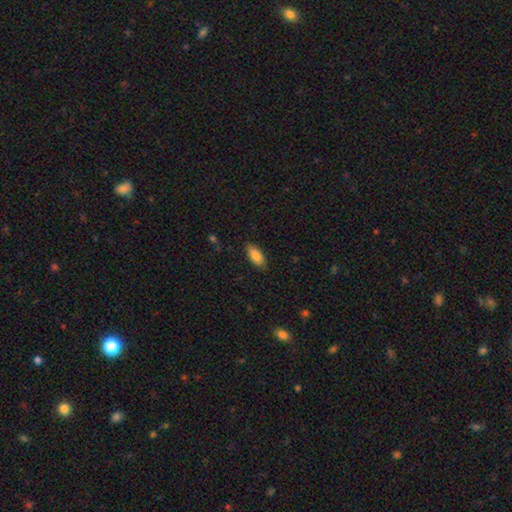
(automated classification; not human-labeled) Smooth or featured? Predicted: smooth (p=0.86). How rounded? Predicted: in between (p=0.87). Merging? Predicted: none (p=0.86).